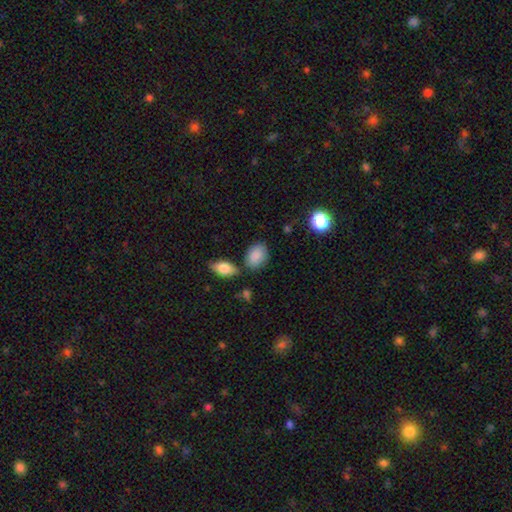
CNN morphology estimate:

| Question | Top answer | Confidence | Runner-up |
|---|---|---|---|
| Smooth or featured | smooth | 86% | star or artifact (8%) |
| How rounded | in between | 80% | round (19%) |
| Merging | none | 70% | minor disturbance (19%) |